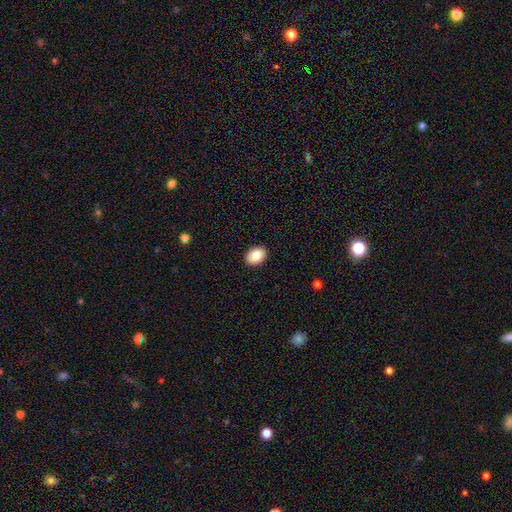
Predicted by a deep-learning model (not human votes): Smooth or featured?
  - smooth: 84% *
  - featured or disk: 8%
  - star or artifact: 8%
How rounded?
  - in between: 78% *
  - round: 21%
  - cigar-shaped: 1%
Merging?
  - none: 91% *
  - minor disturbance: 7%
  - major disturbance: 2%
  - merger: 1%